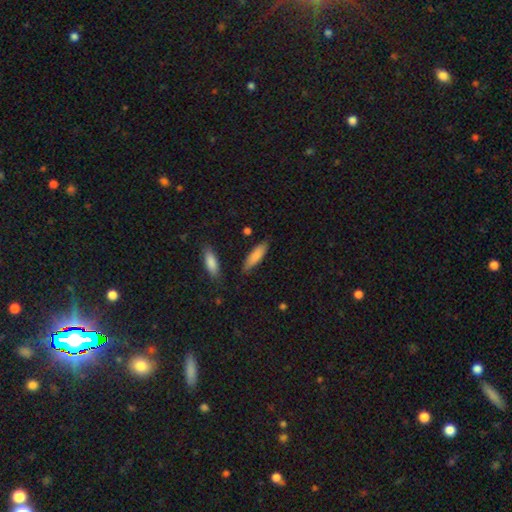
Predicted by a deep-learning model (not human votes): Overall: smooth (83%). How rounded: cigar-shaped (59%; in between 39%). Merging: none (80%).